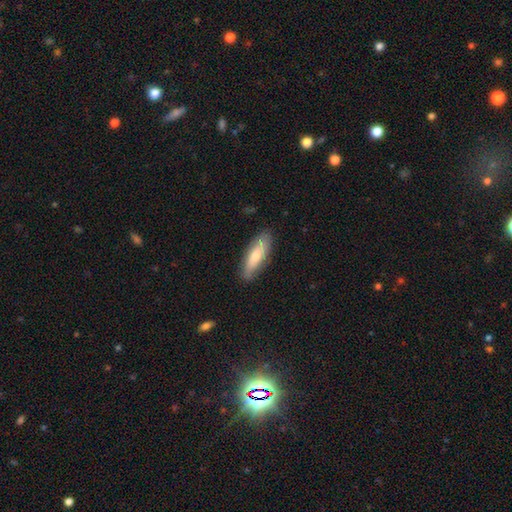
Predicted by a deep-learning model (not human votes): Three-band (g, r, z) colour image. It shows a smooth galaxy with no disk features (60%) that is in between round and cigar-shaped (51%). Merging: none (82%).